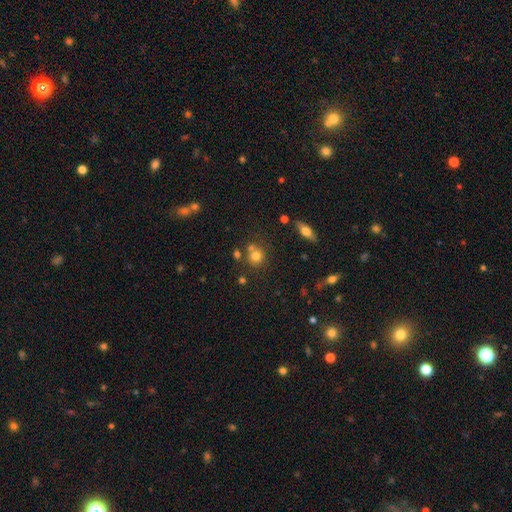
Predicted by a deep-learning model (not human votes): A smooth galaxy with no disk features (74%) that is round (85%). Merging: none (61%).